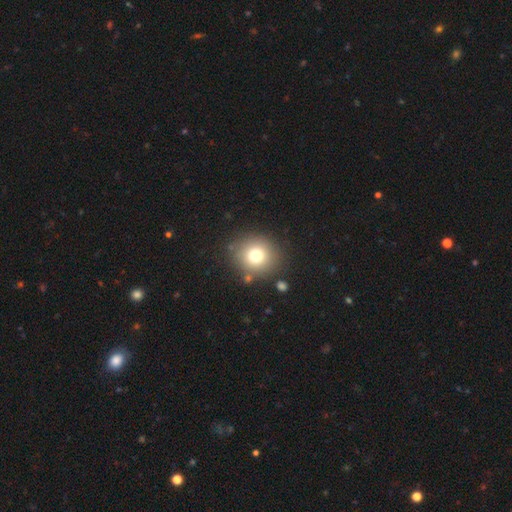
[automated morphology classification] This appears to be a smooth galaxy with no disk features (75%) that is round (87%). Merging: none (84%).